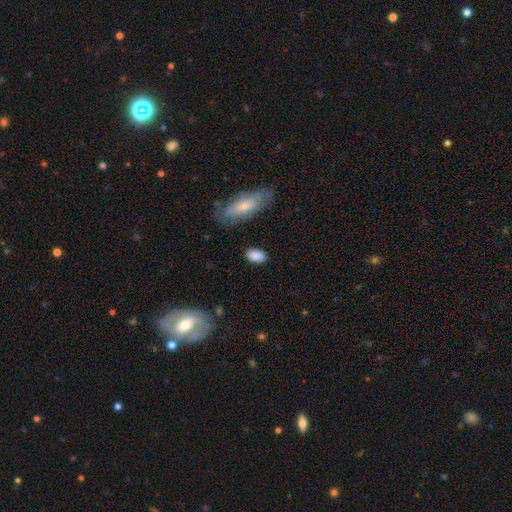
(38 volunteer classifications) A smooth galaxy with no disk features (84%) that is in between round and cigar-shaped (100%).

Vote fractions:
- Smooth or featured? smooth: 84% / featured or disk: 13% / star or artifact: 3%
- How rounded? in between: 100% / round: 0% / cigar-shaped: 0%
- Merging? none: 89% / minor disturbance: 8% / merger: 3% / major disturbance: 0%